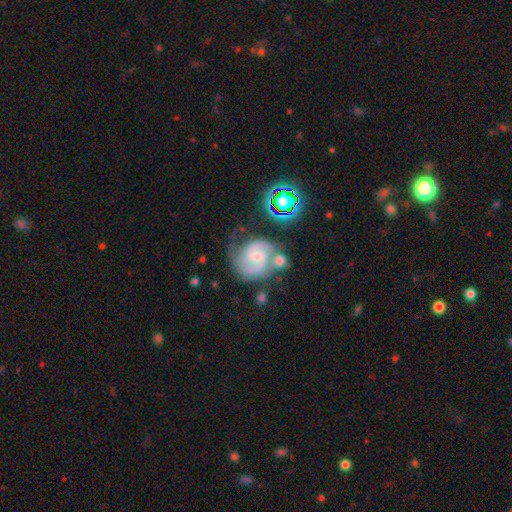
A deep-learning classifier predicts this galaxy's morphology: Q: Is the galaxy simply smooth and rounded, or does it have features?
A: featured or disk — 83%.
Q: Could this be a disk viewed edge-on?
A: no — 98%.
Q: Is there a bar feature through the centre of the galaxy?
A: weak — 46%.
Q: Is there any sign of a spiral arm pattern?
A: yes — 97%.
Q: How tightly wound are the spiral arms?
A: medium — 49%.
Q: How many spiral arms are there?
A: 2 — 83%.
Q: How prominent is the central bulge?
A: small — 53%.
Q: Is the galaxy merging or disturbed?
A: none — 49%.